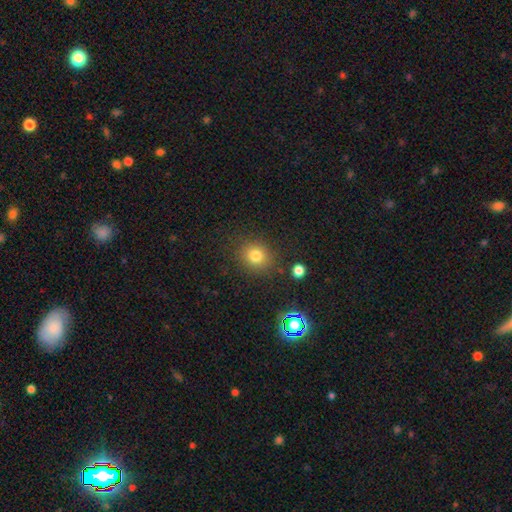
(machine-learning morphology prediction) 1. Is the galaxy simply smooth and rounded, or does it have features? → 78% smooth, 14% star or artifact, 7% featured or disk.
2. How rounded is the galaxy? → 81% round, 18% in between, 1% cigar-shaped.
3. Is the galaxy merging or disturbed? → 85% none, 9% minor disturbance, 4% major disturbance, 3% merger.